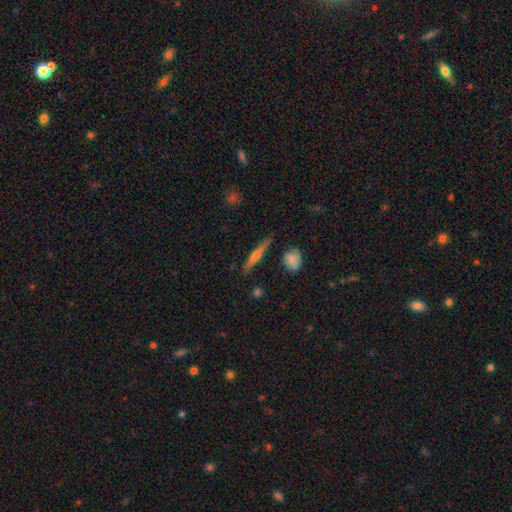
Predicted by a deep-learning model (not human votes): A featured or disk galaxy (54%) viewed edge-on (95%) with a rounded central bulge (85%). Merging: none (86%).